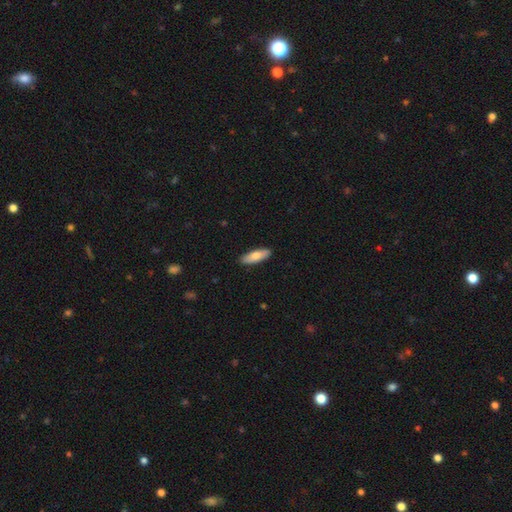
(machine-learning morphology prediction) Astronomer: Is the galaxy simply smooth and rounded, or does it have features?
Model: smooth — 74%.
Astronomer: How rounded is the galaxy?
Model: in between — 56% (runner-up: cigar-shaped, 42%).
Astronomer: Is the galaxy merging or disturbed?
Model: none — 90%.